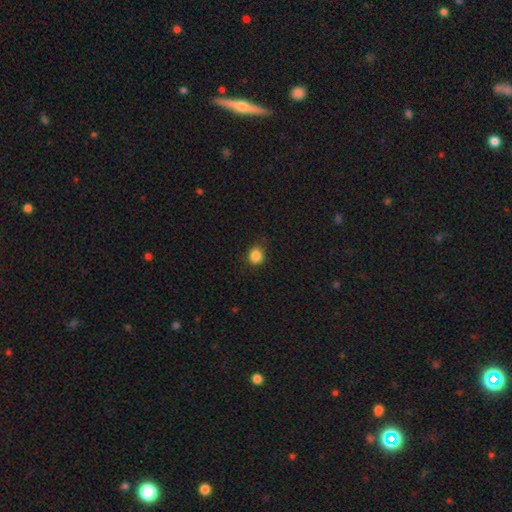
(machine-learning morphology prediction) This appears to be a smooth galaxy with no disk features (86%) that is round (87%). Merging: none (83%).